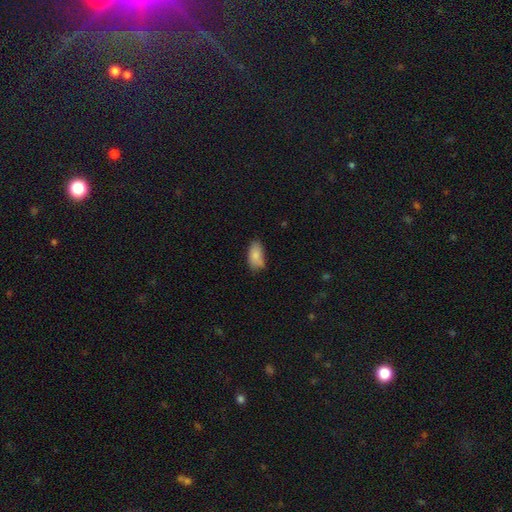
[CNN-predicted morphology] Smooth or featured?
  - smooth: 84% *
  - featured or disk: 8%
  - star or artifact: 7%
How rounded?
  - in between: 92% *
  - cigar-shaped: 4%
  - round: 4%
Merging?
  - none: 63% *
  - minor disturbance: 27%
  - major disturbance: 5%
  - merger: 4%